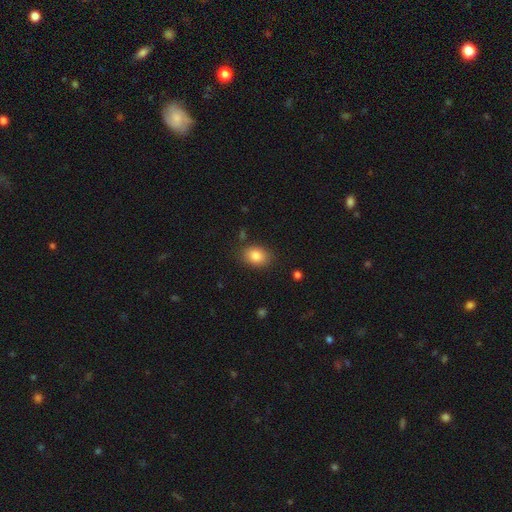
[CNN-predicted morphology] Smooth or featured: smooth — 85% (star or artifact — 9%)
How rounded: in between — 72% (round — 27%)
Merging: none — 81% (minor disturbance — 13%)